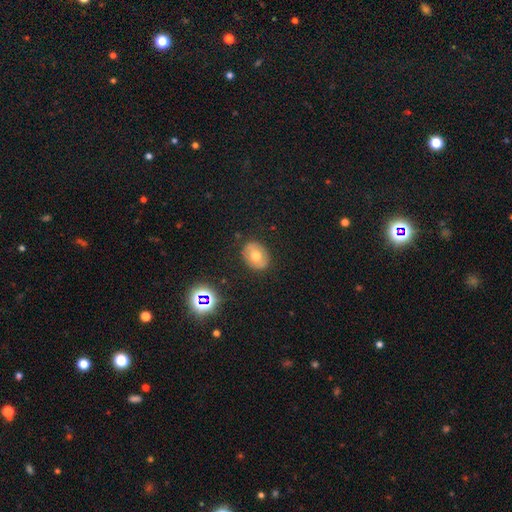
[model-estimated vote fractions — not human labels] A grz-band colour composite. It shows a smooth galaxy with no disk features (59%) that is in between round and cigar-shaped (60%). Merging: none (85%).